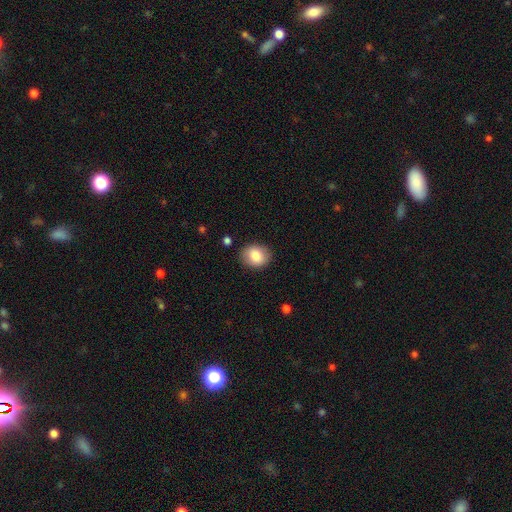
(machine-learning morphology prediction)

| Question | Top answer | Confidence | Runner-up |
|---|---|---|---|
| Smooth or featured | smooth | 81% | featured or disk (10%) |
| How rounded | round | 57% | in between (42%) |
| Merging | none | 87% | minor disturbance (9%) |